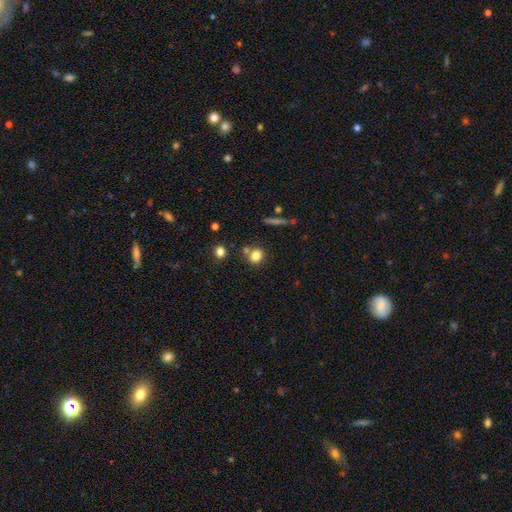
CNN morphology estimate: smooth-or-featured: smooth: 80% | star or artifact: 12% | featured or disk: 8%
  how-rounded: round: 85% | in between: 13% | cigar-shaped: 2%
  merging: none: 71% | merger: 17% | minor disturbance: 9% | major disturbance: 3%